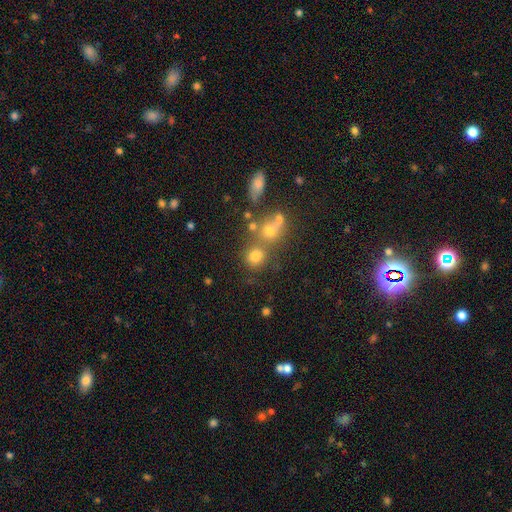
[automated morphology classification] The model was most divided on "merging": none: 54%, merger: 31%, minor disturbance: 10%, major disturbance: 5%. More confident: how rounded — round (81%); smooth or featured — smooth (69%).